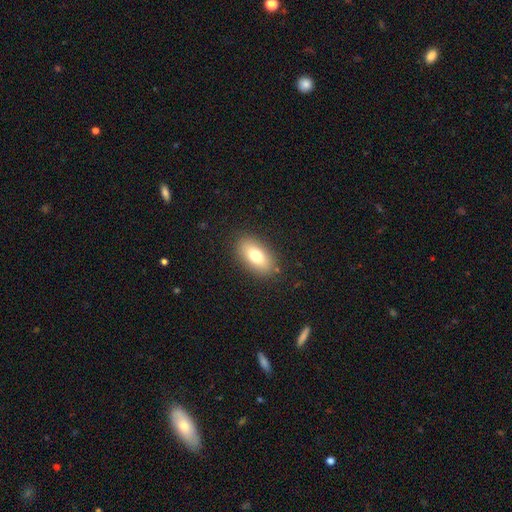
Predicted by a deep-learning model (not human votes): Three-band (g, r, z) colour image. It shows a smooth galaxy with no disk features (75%) that is in between round and cigar-shaped (89%). Merging: none (87%).